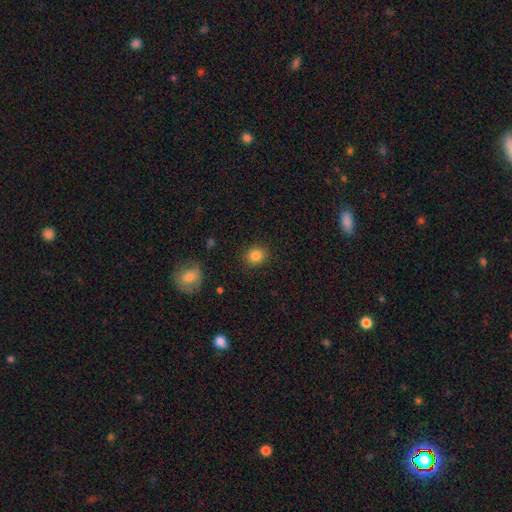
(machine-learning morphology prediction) This is clearly a smooth galaxy (84%). How rounded: clearly round (81%). Merging: clearly none (89%).